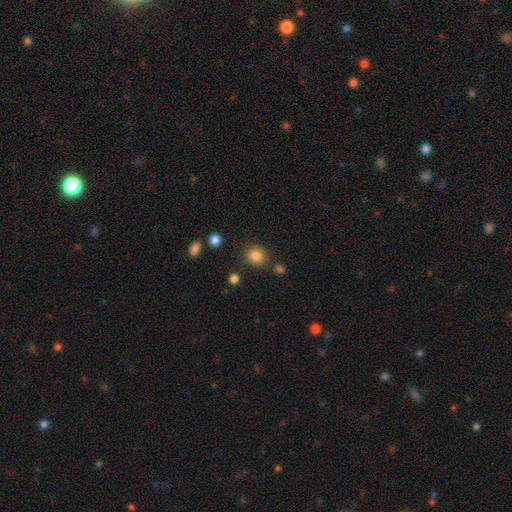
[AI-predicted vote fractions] A smooth galaxy with no disk features (84%) that is round (83%).

Vote fractions:
- Smooth or featured? smooth: 84% / star or artifact: 11% / featured or disk: 5%
- How rounded? round: 83% / in between: 16% / cigar-shaped: 1%
- Merging? none: 82% / minor disturbance: 10% / merger: 4% / major disturbance: 3%